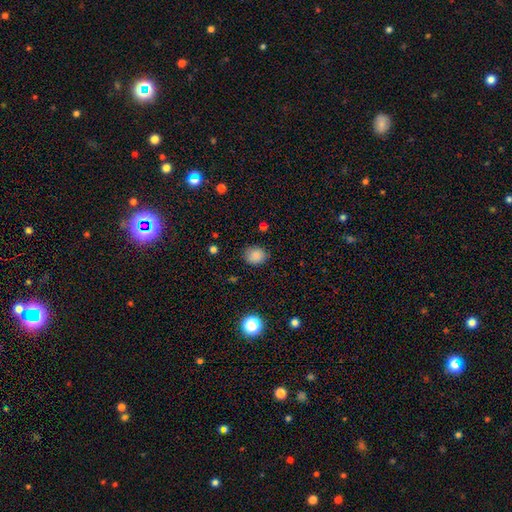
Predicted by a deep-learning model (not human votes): The model was most divided on "how rounded": round: 72%, in between: 27%, cigar-shaped: 1%. More confident: smooth or featured — smooth (85%); merging — none (82%).